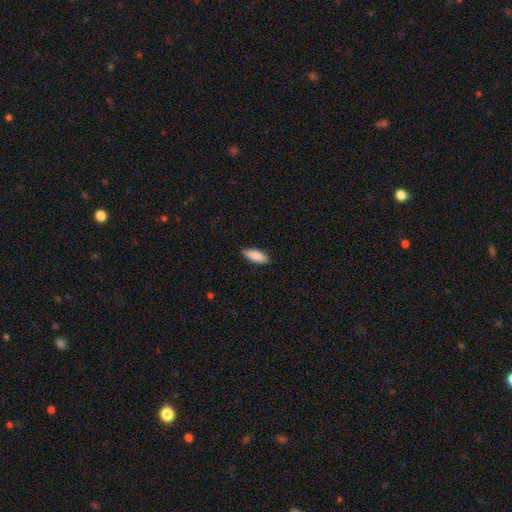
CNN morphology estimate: The model was most divided on "how rounded": in between: 77%, cigar-shaped: 22%, round: 2%. More confident: smooth or featured — smooth (89%); merging — none (86%).